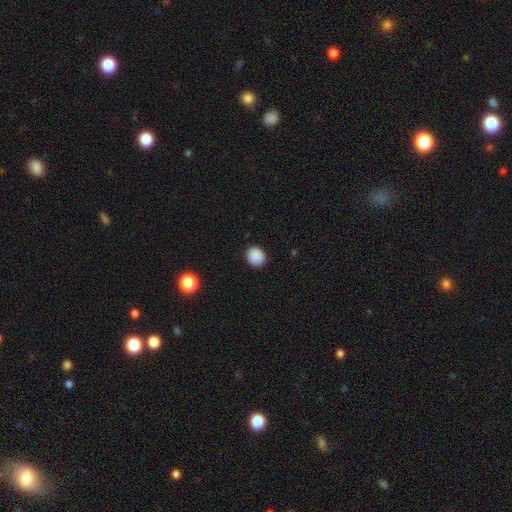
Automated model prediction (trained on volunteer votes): smooth_or_featured: smooth (p=0.88) [alt: star or artifact p=0.09]
how_rounded: round (p=0.81) [alt: in between p=0.18]
merging: none (p=0.90) [alt: minor disturbance p=0.07]